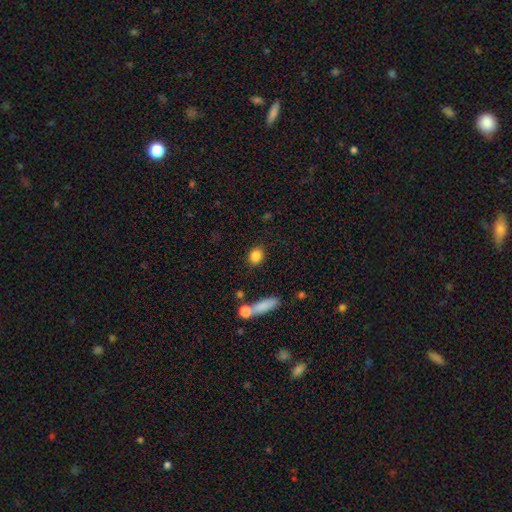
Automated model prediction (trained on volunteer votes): A smooth galaxy with no disk features (85%) that is round (54%). Merging: none (83%).